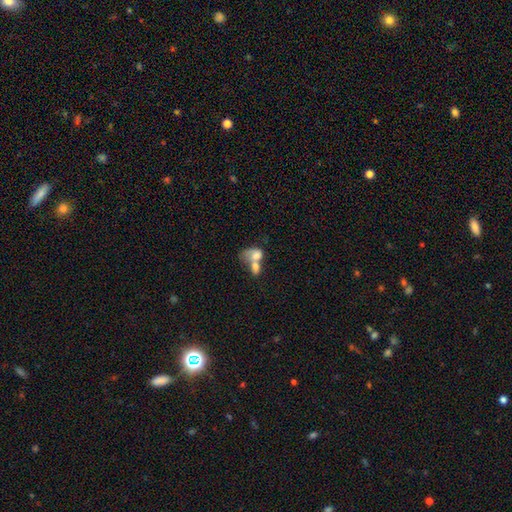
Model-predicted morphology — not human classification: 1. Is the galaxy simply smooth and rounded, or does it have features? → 65% smooth, 26% featured or disk, 9% star or artifact.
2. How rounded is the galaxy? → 75% in between, 23% round, 2% cigar-shaped.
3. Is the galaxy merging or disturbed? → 75% merger, 10% major disturbance, 9% none, 6% minor disturbance.